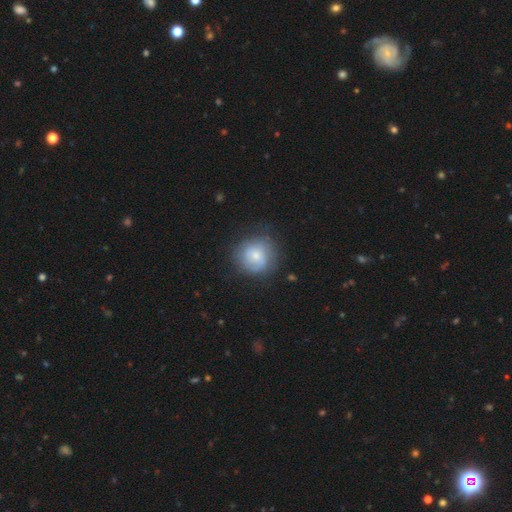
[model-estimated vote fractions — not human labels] smooth_or_featured: smooth (p=0.58) [alt: featured or disk p=0.35]
how_rounded: round (p=0.89) [alt: in between p=0.10]
merging: none (p=0.73) [alt: minor disturbance p=0.18]